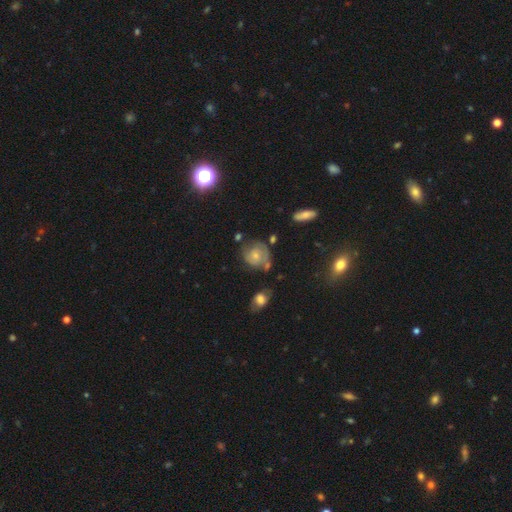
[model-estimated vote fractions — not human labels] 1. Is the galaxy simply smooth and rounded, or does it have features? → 46% smooth, 43% featured or disk, 11% star or artifact.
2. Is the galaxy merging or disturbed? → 50% none, 26% minor disturbance, 14% major disturbance, 10% merger.